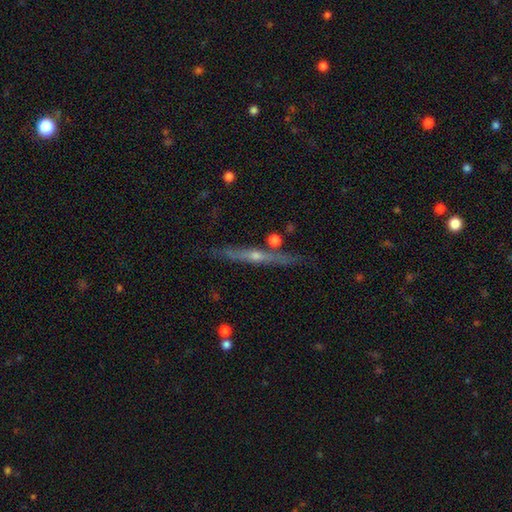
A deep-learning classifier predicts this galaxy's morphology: type=featured or disk (74%); edge-on=yes (94%); edge-on bulge=rounded (83%); merging=none (80%).